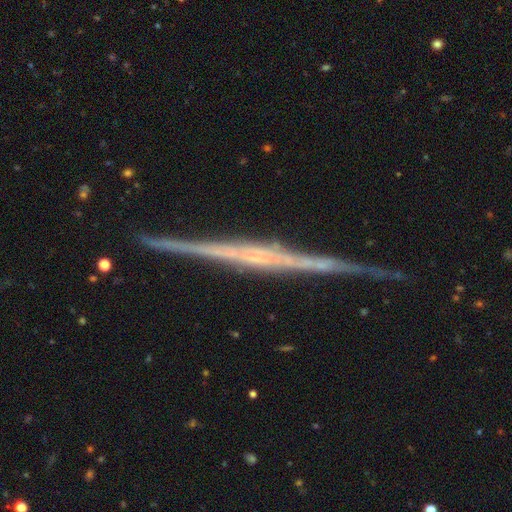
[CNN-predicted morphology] Overall: featured or disk (86%). Edge-on disk: yes (98%). Edge-on bulge: none (48%; rounded 33%). Merging: none (89%).